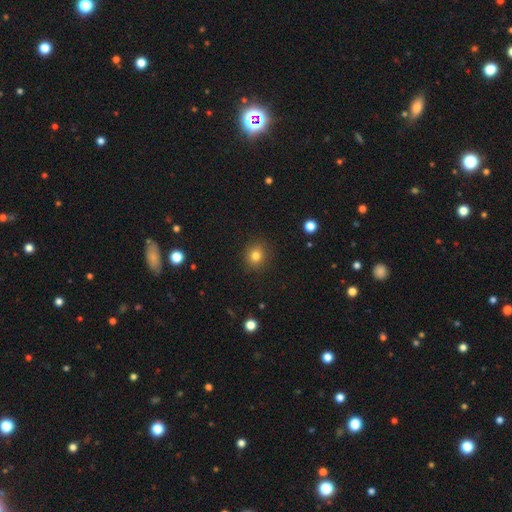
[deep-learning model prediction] Overall: smooth (81%). How rounded: round (85%). Merging: none (90%).